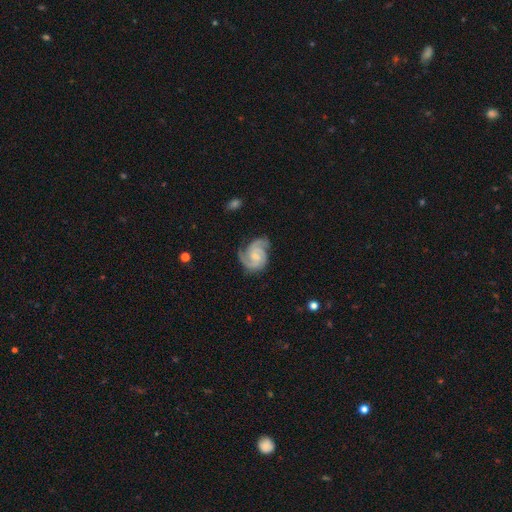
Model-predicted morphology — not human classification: Smooth or featured? Predicted: featured or disk (p=0.90). Edge-on disk? Predicted: no (p=0.98). Bar? Predicted: no (p=0.51). Spiral arms? Predicted: yes (p=0.98). Spiral winding? Predicted: tight (p=0.48). Spiral arm count? Predicted: 3 (p=0.48). Bulge size? Predicted: small (p=0.54). Merging? Predicted: none (p=0.71).